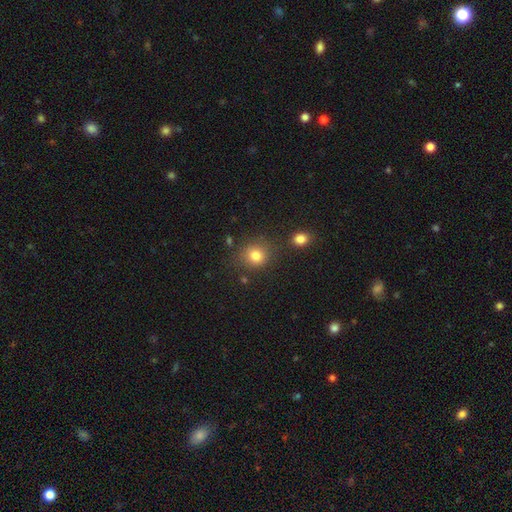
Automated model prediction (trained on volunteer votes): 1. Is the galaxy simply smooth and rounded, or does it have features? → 81% smooth, 12% star or artifact, 7% featured or disk.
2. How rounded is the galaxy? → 82% round, 17% in between, 1% cigar-shaped.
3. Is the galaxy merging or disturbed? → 78% none, 12% minor disturbance, 6% merger, 4% major disturbance.